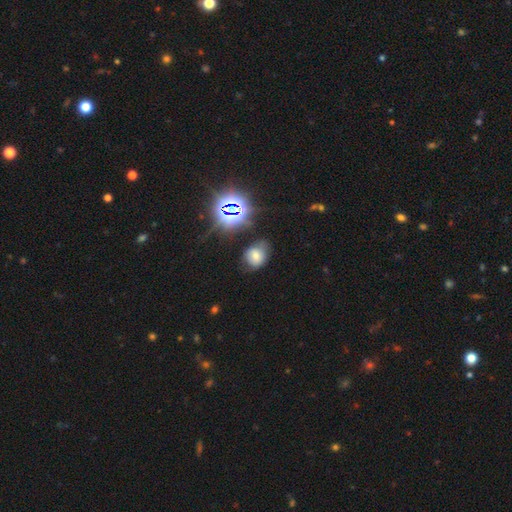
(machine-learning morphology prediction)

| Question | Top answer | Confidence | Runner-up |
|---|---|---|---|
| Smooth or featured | smooth | 62% | star or artifact (23%) |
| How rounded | in between | 50% | round (49%) |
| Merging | none | 58% | minor disturbance (29%) |